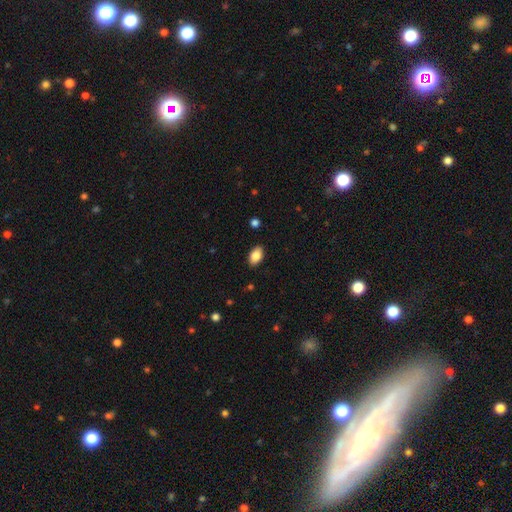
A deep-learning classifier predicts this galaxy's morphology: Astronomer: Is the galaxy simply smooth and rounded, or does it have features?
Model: smooth — 86%.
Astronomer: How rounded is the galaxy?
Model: in between — 91%.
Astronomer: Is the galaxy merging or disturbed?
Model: none — 88%.